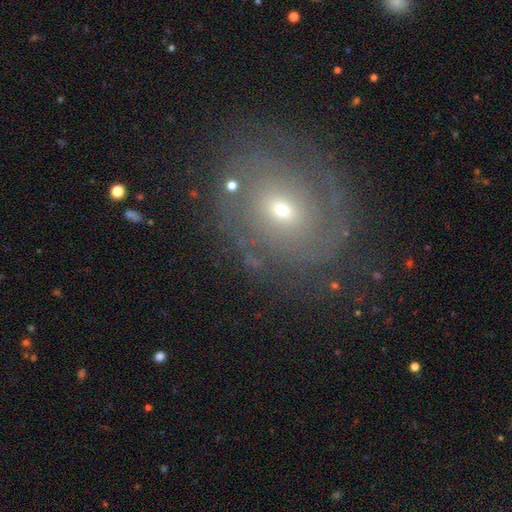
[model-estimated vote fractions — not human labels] Morphology: type=featured or disk (73%); edge-on=no (96%); bar=no (68%); spiral arms=yes (87%); winding=tight (68%); arm count=2 (40%); bulge=small (56%); merging=none (77%).